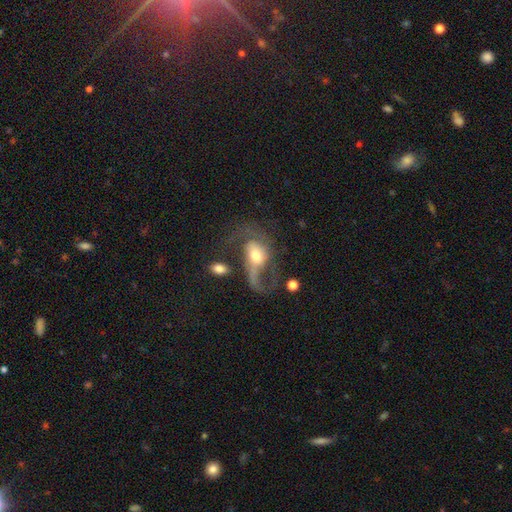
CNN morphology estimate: Smooth or featured? featured or disk (68%)
Edge-on disk? no (96%)
Bar? no (55%)
Spiral arms? yes (83%)
Spiral winding? loose (65%)
Spiral arm count? 2 (60%)
Bulge size? moderate (59%)
Merging? major disturbance (48%)